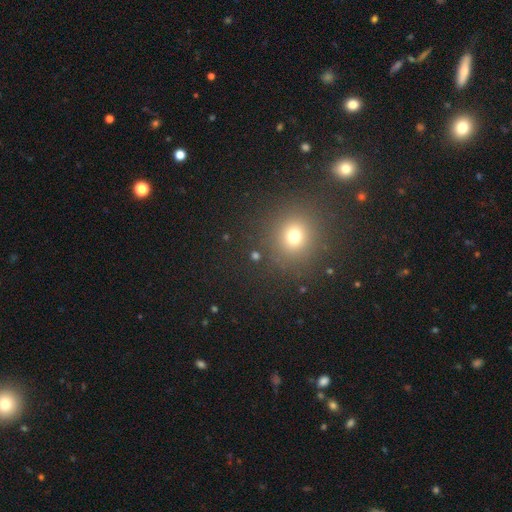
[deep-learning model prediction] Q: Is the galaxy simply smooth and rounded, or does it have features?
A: smooth — 60%.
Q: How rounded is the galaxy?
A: round — 90%.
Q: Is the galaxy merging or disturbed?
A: none — 88%.